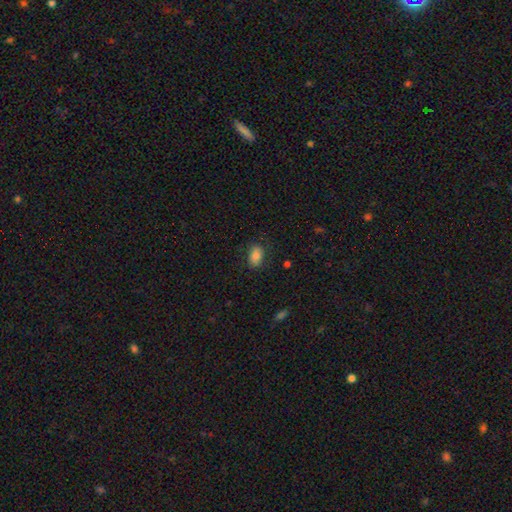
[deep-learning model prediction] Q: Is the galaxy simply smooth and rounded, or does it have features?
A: smooth — 81%.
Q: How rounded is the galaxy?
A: in between — 86%.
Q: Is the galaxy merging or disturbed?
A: none — 77%.